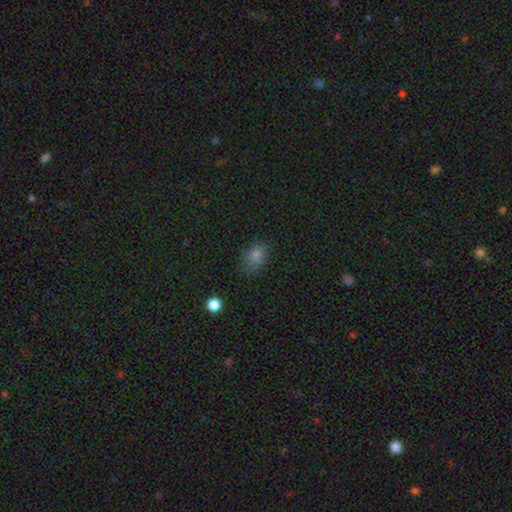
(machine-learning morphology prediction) Smooth or featured?
  - smooth: 79% *
  - star or artifact: 14%
  - featured or disk: 7%
How rounded?
  - in between: 69% *
  - round: 30%
  - cigar-shaped: 1%
Merging?
  - none: 65% *
  - minor disturbance: 24%
  - major disturbance: 9%
  - merger: 2%